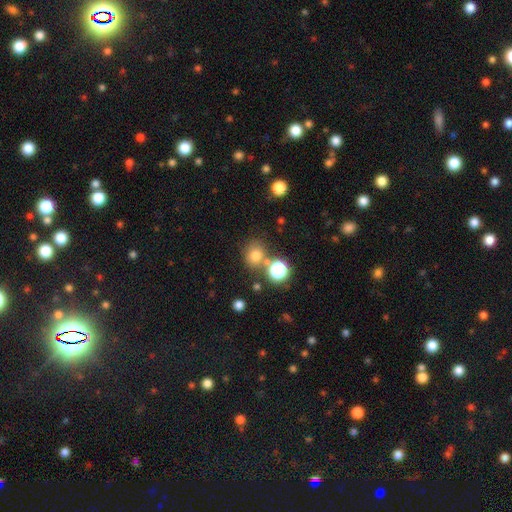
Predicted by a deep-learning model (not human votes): smooth-or-featured: smooth: 73% | star or artifact: 18% | featured or disk: 8%
  how-rounded: round: 75% | in between: 24% | cigar-shaped: 1%
  merging: none: 66% | merger: 18% | minor disturbance: 11% | major disturbance: 4%